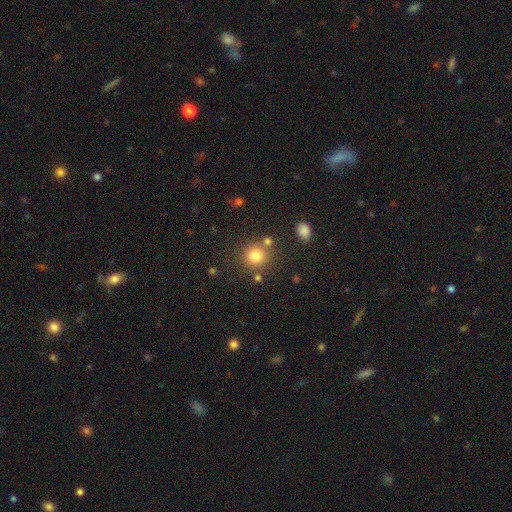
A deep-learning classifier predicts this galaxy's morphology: This appears to be a smooth galaxy with no disk features (80%) that is round (88%). Merging: none (75%).